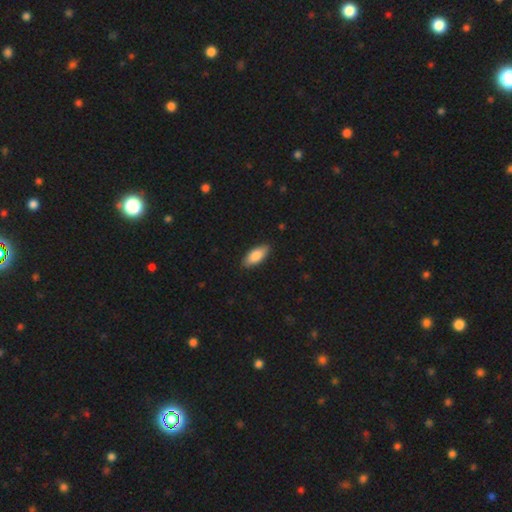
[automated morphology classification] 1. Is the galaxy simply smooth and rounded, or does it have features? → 86% smooth, 8% featured or disk, 6% star or artifact.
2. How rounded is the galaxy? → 87% in between, 12% cigar-shaped, 2% round.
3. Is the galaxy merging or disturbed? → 87% none, 10% minor disturbance, 2% major disturbance, 1% merger.